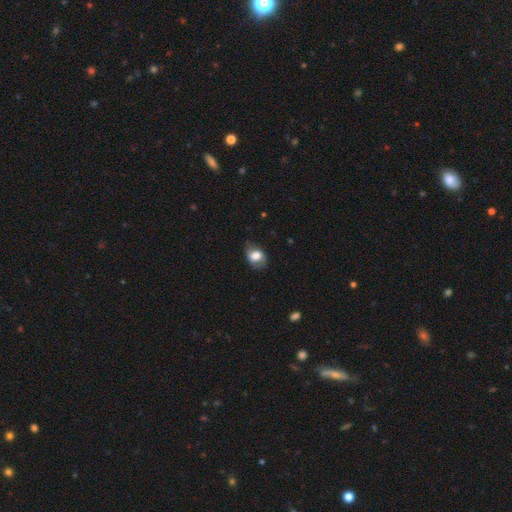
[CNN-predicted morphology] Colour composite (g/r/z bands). It shows a smooth galaxy with no disk features (65%) that is in between round and cigar-shaped (72%). Merging: none (63%).